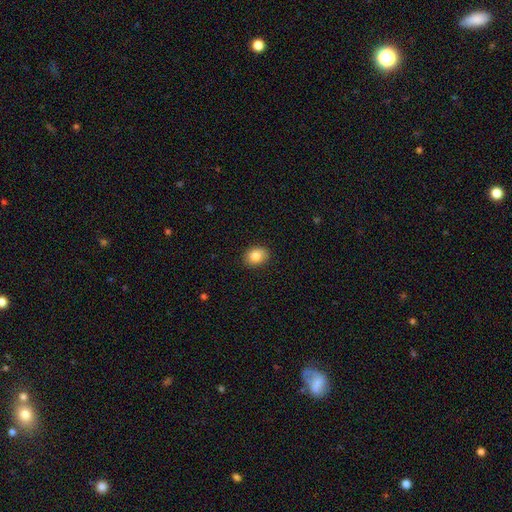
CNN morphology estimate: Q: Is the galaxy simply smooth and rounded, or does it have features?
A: smooth — 86%.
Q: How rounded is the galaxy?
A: in between — 60%.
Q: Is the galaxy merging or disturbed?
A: none — 87%.